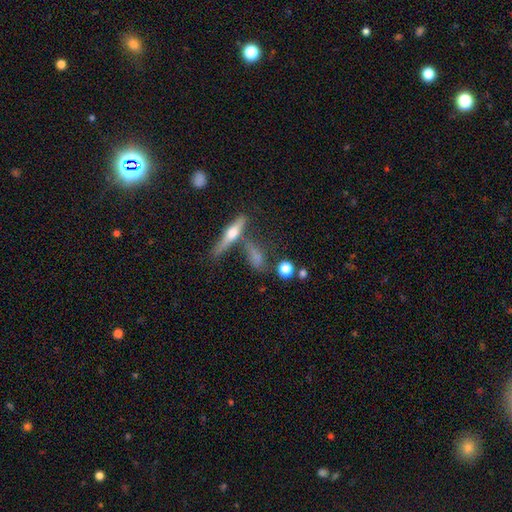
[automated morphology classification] type=smooth (58%); roundness=in between (43%); merging=none (55%).